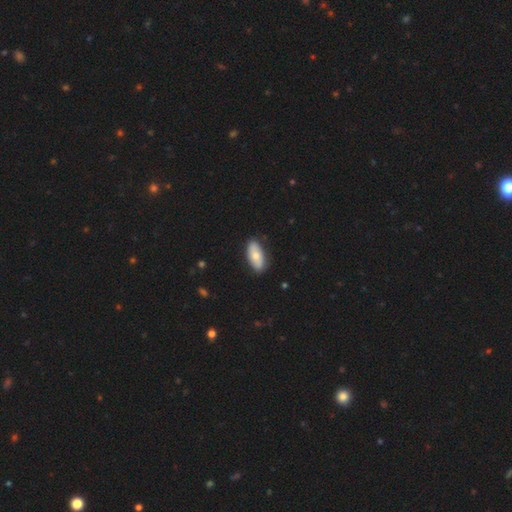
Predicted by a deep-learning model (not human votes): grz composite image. It shows a smooth galaxy with no disk features (71%) that is in between round and cigar-shaped (90%). Merging: none (86%).